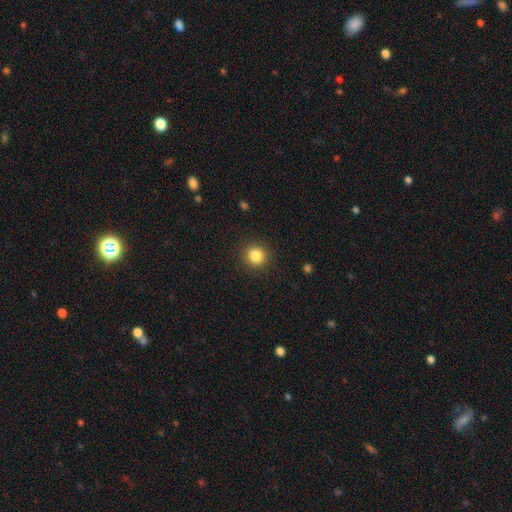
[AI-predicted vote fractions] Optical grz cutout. It shows a smooth galaxy with no disk features (84%) that is round (93%). Merging: none (91%).